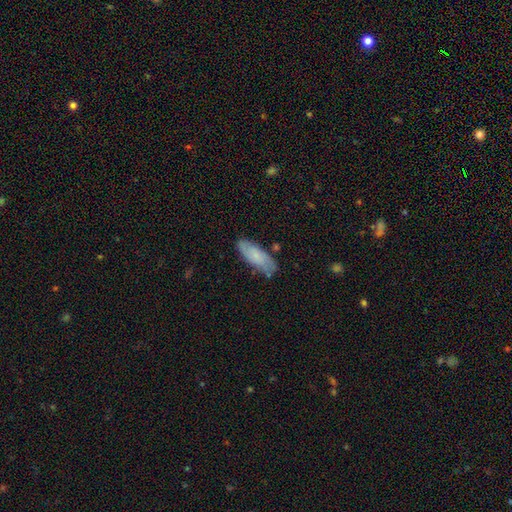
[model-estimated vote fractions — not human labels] Q: Smooth or featured?
A: smooth (73%); runner-up: featured or disk (21%)
Q: How rounded?
A: in between (67%); runner-up: cigar-shaped (32%)
Q: Merging?
A: none (76%); runner-up: minor disturbance (17%)